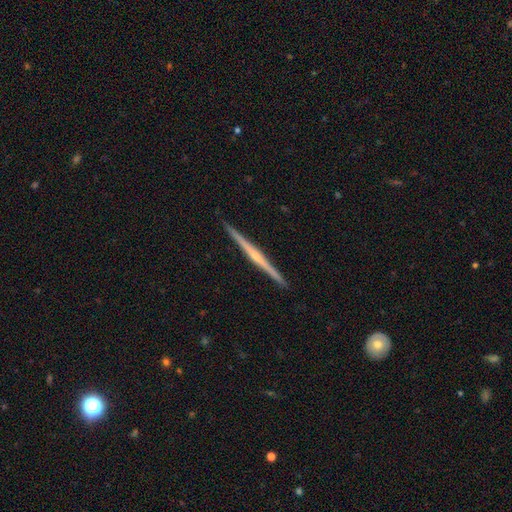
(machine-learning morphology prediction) A featured or disk galaxy (80%) viewed edge-on (99%) with a rounded central bulge (66%).

Vote fractions:
- Smooth or featured? featured or disk: 80% / smooth: 15% / star or artifact: 5%
- Edge-on disk? yes: 99% / no: 1%
- Edge-on bulge? rounded: 66% / none: 27% / boxy: 7%
- Merging? none: 93% / minor disturbance: 5% / major disturbance: 1% / merger: 1%